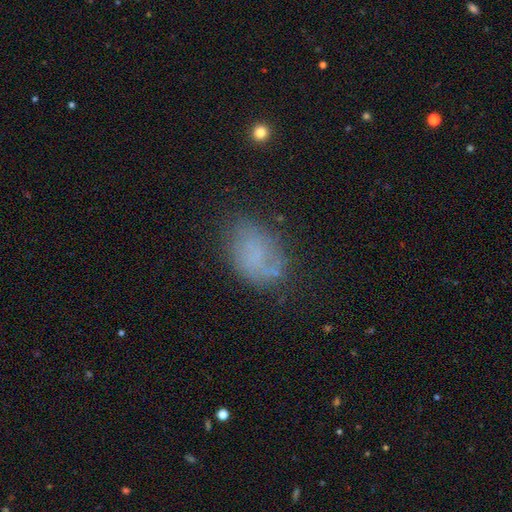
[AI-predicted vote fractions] This appears to be a smooth galaxy with no disk features (64%) that is in between round and cigar-shaped (85%). Merging: none (61%).